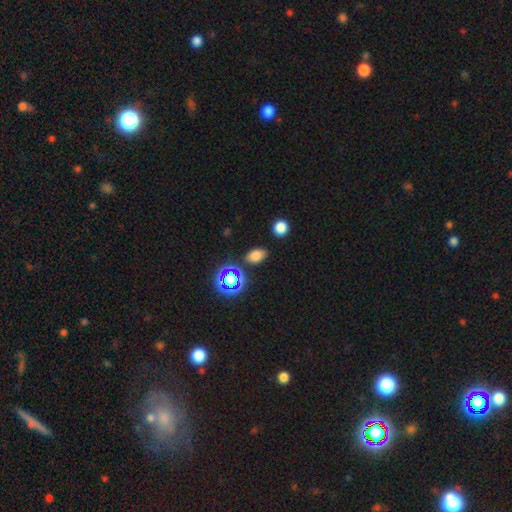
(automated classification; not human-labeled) Smooth or featured?
  - smooth: 73% *
  - star or artifact: 19%
  - featured or disk: 8%
How rounded?
  - in between: 84% *
  - round: 13%
  - cigar-shaped: 2%
Merging?
  - none: 83% *
  - minor disturbance: 11%
  - merger: 3%
  - major disturbance: 3%